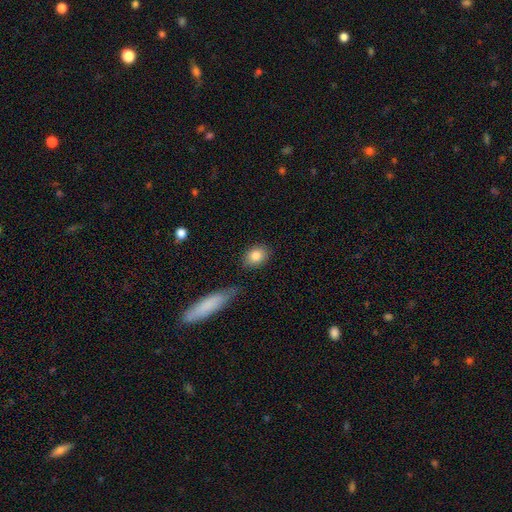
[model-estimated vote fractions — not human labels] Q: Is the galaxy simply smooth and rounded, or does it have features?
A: smooth — 84%.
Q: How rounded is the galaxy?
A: in between — 59%.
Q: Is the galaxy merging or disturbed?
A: none — 81%.